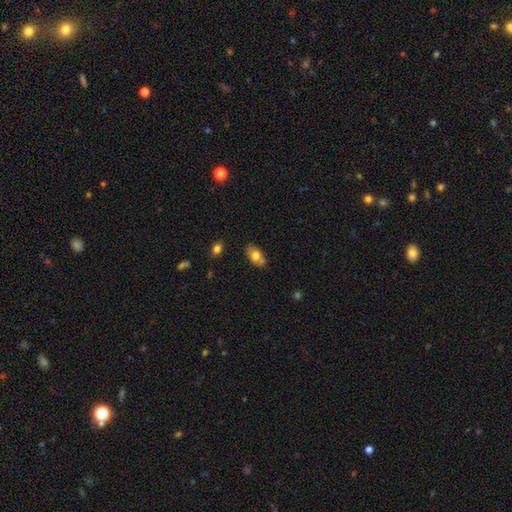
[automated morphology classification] This is likely a smooth galaxy (71%). How rounded: clearly in between (88%). Merging: likely none (69%).